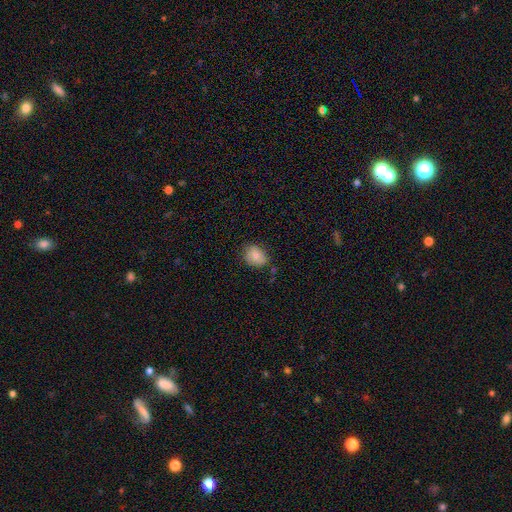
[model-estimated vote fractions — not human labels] A smooth galaxy with no disk features (81%) that is in between round and cigar-shaped (60%).

Vote fractions:
- Smooth or featured? smooth: 81% / featured or disk: 11% / star or artifact: 8%
- How rounded? in between: 60% / round: 39% / cigar-shaped: 1%
- Merging? none: 71% / minor disturbance: 23% / major disturbance: 4% / merger: 3%